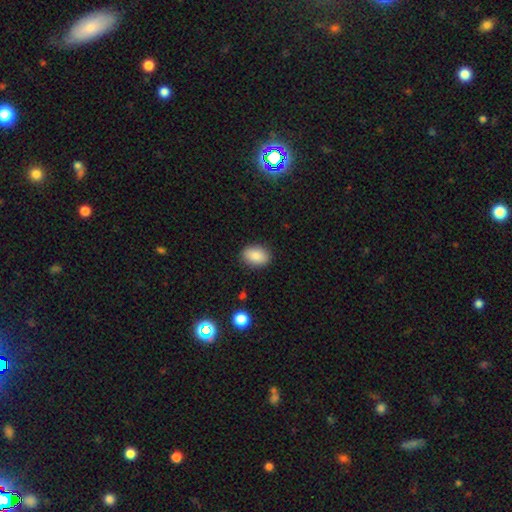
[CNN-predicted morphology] smooth 87%, star or artifact 8%, featured or disk 5%. Down the decision tree: how rounded — in between (84%); merging — none (88%).